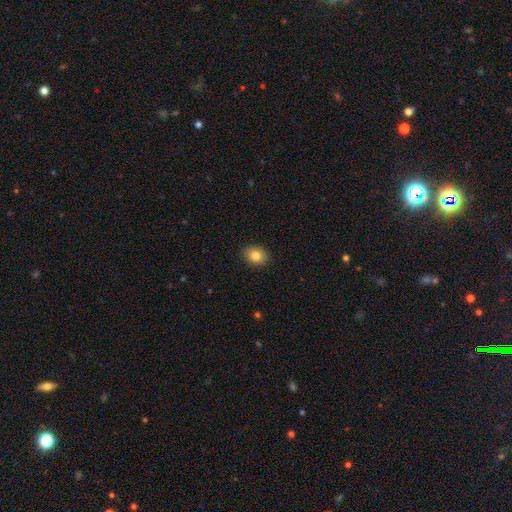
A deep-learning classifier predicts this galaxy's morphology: smooth-or-featured: smooth: 84% | star or artifact: 9% | featured or disk: 7%
  how-rounded: in between: 58% | round: 41% | cigar-shaped: 1%
  merging: none: 88% | minor disturbance: 9% | major disturbance: 2% | merger: 1%